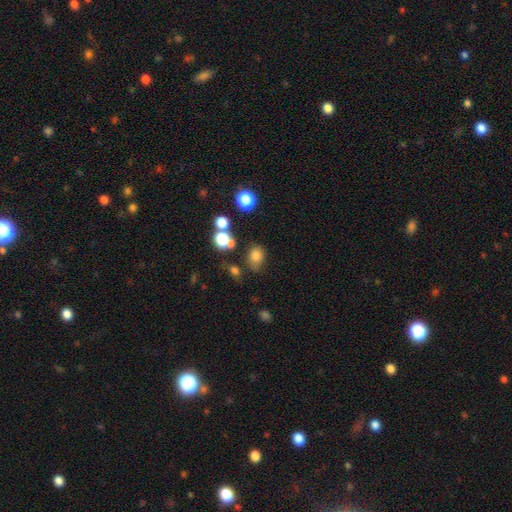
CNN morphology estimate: Q: Smooth or featured?
A: smooth (76%); runner-up: star or artifact (16%)
Q: How rounded?
A: in between (53%); runner-up: round (46%)
Q: Merging?
A: none (64%); runner-up: minor disturbance (20%)